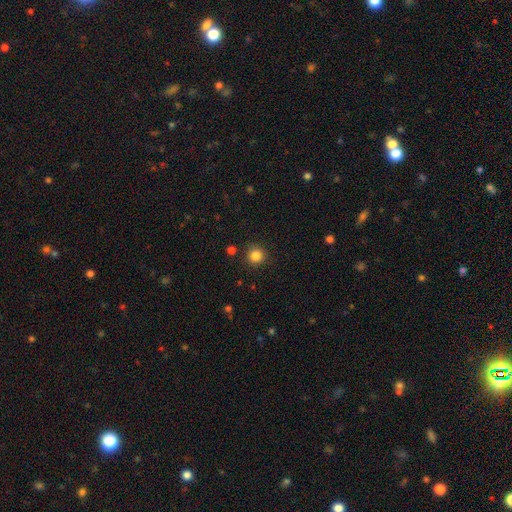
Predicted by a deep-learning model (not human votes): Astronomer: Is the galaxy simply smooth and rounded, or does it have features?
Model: smooth — 84%.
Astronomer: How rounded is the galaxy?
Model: round — 94%.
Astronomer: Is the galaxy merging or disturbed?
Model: none — 89%.